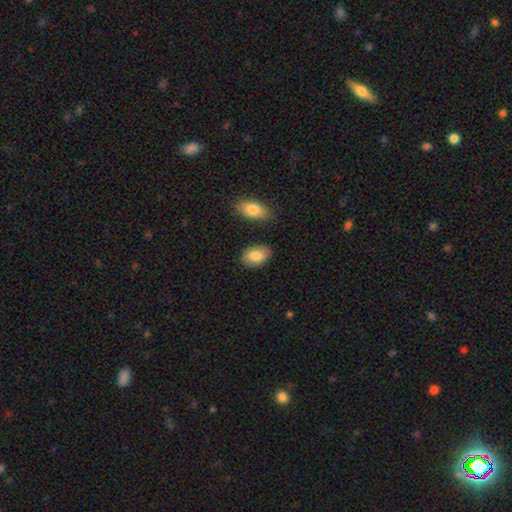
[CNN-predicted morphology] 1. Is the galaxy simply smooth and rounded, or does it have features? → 85% smooth, 9% featured or disk, 6% star or artifact.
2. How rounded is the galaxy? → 90% in between, 9% round, 2% cigar-shaped.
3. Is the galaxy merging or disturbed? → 83% none, 11% minor disturbance, 3% merger, 3% major disturbance.